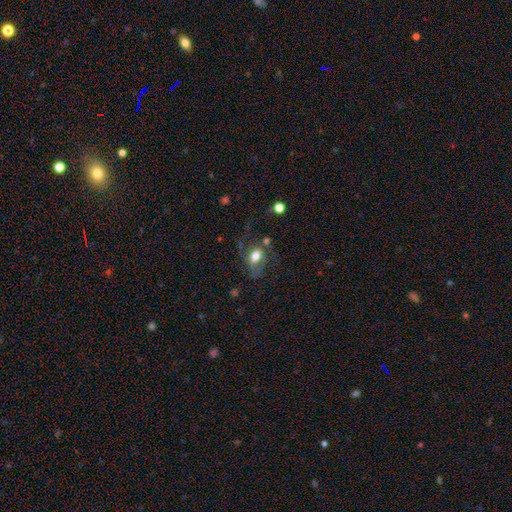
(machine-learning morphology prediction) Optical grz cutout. It shows a featured or disk galaxy (52%). Merging: none (53%).